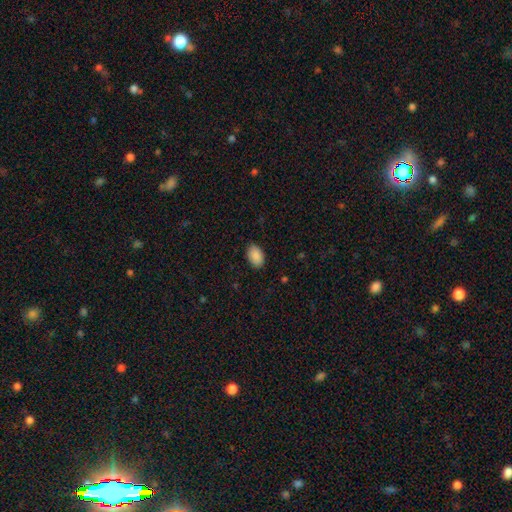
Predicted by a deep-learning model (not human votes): smooth 90%, star or artifact 7%, featured or disk 3%. Down the decision tree: how rounded — in between (89%); merging — none (87%).